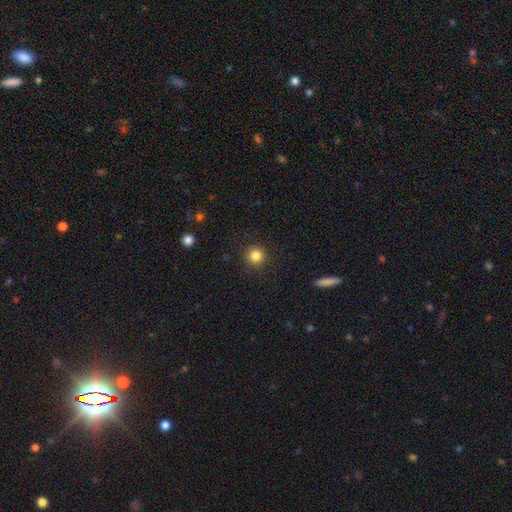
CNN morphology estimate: This is clearly a smooth galaxy (84%). How rounded: clearly round (95%). Merging: clearly none (92%).